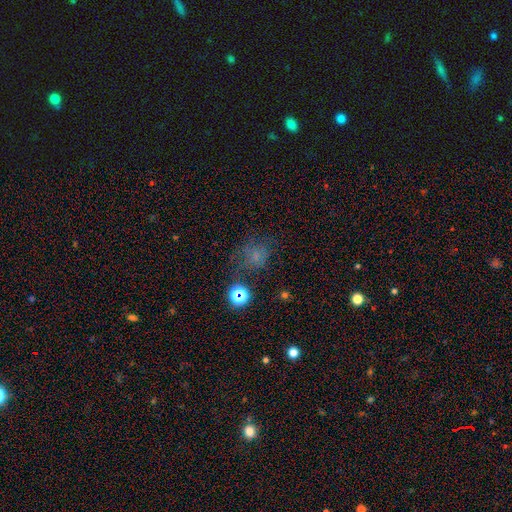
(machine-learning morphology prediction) This is possibly a smooth galaxy (52%). How rounded: likely round (69%). Merging: possibly none (57%).